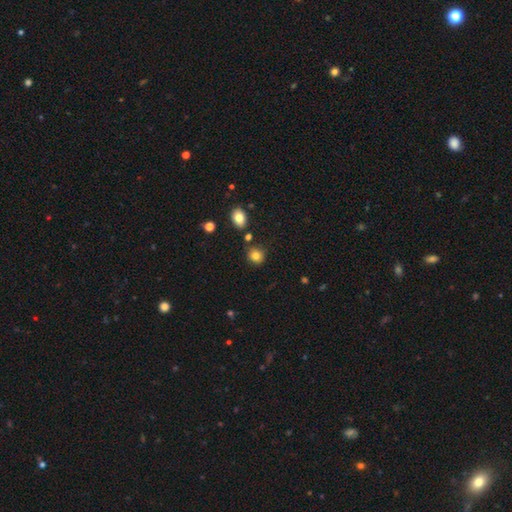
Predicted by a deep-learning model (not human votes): smooth 83%, star or artifact 11%, featured or disk 7%. Down the decision tree: how rounded — round (81%); merging — none (80%).